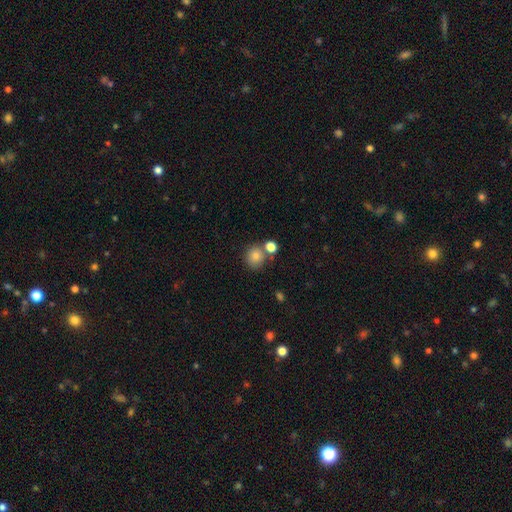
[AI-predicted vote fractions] Smooth or featured: smooth — 81% (star or artifact — 11%)
How rounded: round — 83% (in between — 16%)
Merging: none — 67% (merger — 20%)